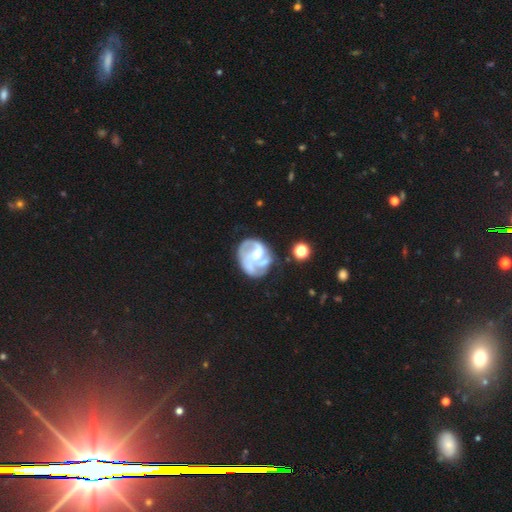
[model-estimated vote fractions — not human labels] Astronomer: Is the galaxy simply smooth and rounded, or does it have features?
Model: featured or disk — 78%.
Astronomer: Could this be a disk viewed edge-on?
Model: no — 98%.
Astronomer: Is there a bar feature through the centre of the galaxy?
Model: no — 54% (runner-up: weak, 35%).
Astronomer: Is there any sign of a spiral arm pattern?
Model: yes — 85%.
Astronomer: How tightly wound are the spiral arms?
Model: medium — 43% (runner-up: tight, 36%).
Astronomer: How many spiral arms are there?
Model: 3 — 29%, tied with 2 at 29%.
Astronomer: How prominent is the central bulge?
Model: moderate — 41% (runner-up: small, 30%).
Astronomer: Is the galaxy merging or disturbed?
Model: none — 51%.